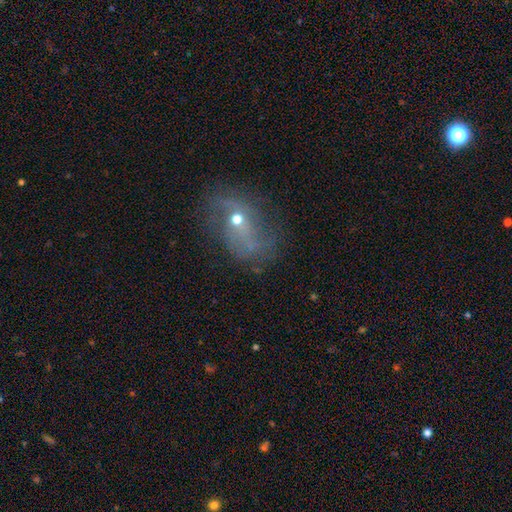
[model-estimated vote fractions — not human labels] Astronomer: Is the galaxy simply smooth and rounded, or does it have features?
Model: featured or disk — 64%.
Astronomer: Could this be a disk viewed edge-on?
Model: no — 94%.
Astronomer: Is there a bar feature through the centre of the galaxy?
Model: no — 63%.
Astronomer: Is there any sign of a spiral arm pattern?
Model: yes — 70%.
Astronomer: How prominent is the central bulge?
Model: small — 51% (runner-up: moderate, 43%).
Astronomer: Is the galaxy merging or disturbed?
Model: none — 56%.